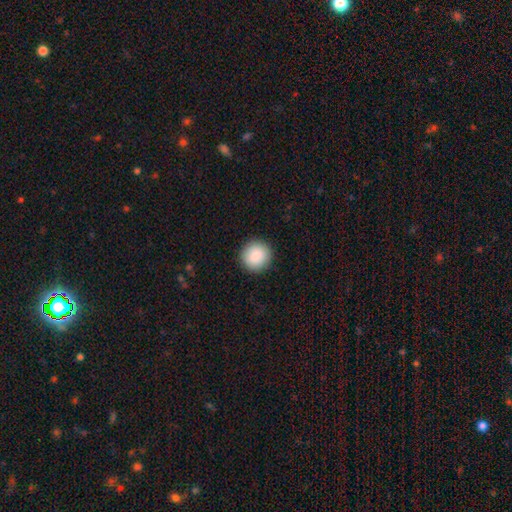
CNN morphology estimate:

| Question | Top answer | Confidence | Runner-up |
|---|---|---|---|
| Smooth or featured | smooth | 89% | star or artifact (7%) |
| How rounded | round | 94% | in between (5%) |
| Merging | none | 92% | minor disturbance (5%) |